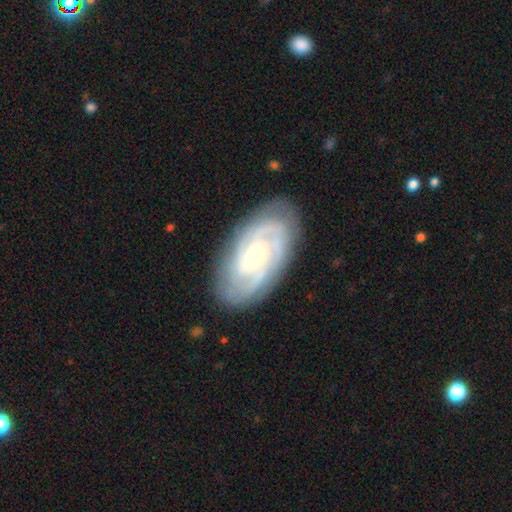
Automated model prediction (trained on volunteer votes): Q: Smooth or featured?
A: featured or disk (87%); runner-up: smooth (8%)
Q: Edge-on disk?
A: no (96%); runner-up: yes (4%)
Q: Bar?
A: no (70%); runner-up: weak (24%)
Q: Spiral arms?
A: yes (97%); runner-up: no (3%)
Q: Spiral winding?
A: tight (68%); runner-up: medium (28%)
Q: Spiral arm count?
A: 3 (35%); runner-up: can't tell (20%)
Q: Bulge size?
A: small (62%); runner-up: moderate (35%)
Q: Merging?
A: none (82%); runner-up: minor disturbance (14%)